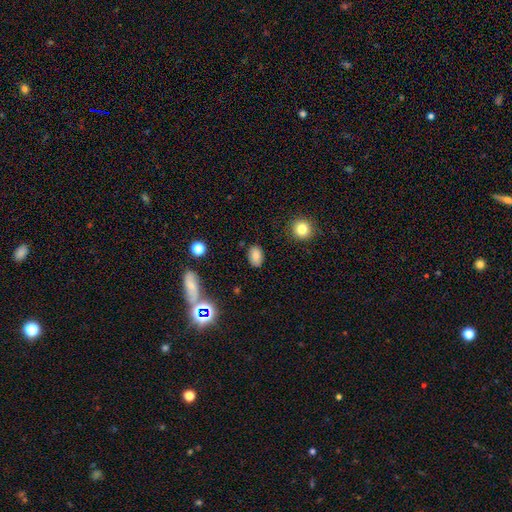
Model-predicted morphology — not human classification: Smooth or featured? smooth (81%)
How rounded? in between (82%)
Merging? none (85%)